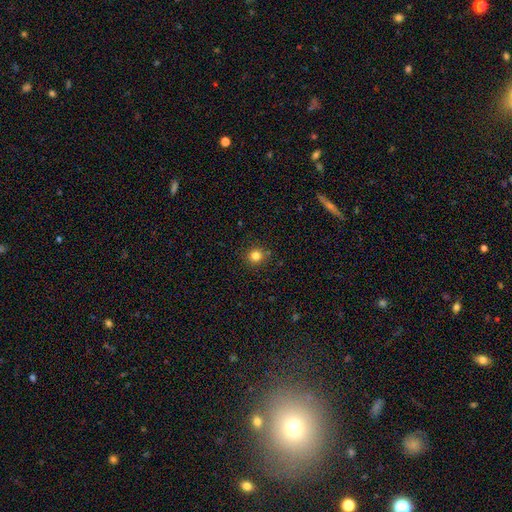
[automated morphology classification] type=smooth (82%); roundness=round (93%); merging=none (90%).